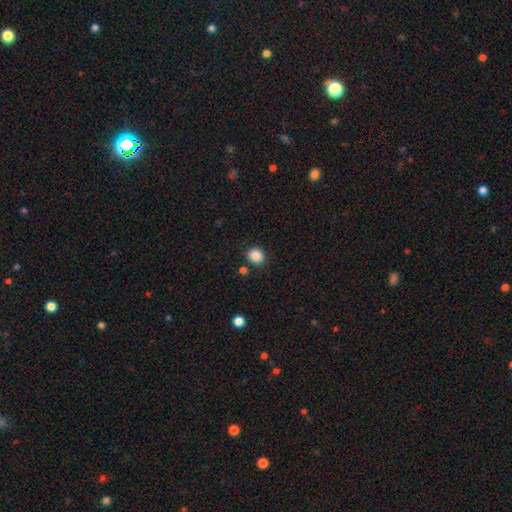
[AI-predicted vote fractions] Smooth or featured?
  - smooth: 87% *
  - star or artifact: 10%
  - featured or disk: 3%
How rounded?
  - round: 70% *
  - in between: 29%
  - cigar-shaped: 1%
Merging?
  - none: 83% *
  - minor disturbance: 10%
  - merger: 4%
  - major disturbance: 3%